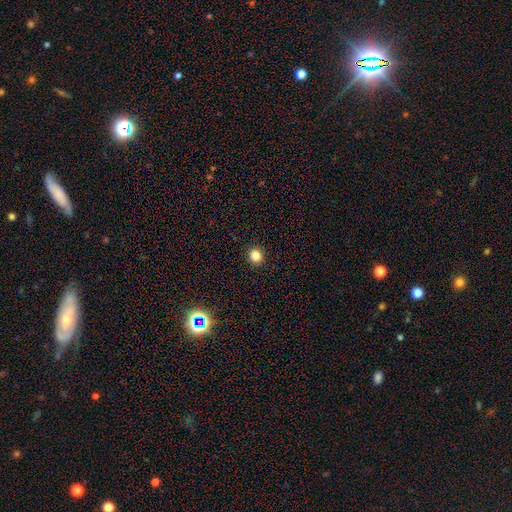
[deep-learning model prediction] smooth-or-featured: smooth: 83% | star or artifact: 13% | featured or disk: 4%
  how-rounded: round: 92% | in between: 7% | cigar-shaped: 1%
  merging: none: 93% | minor disturbance: 4% | major disturbance: 1% | merger: 1%